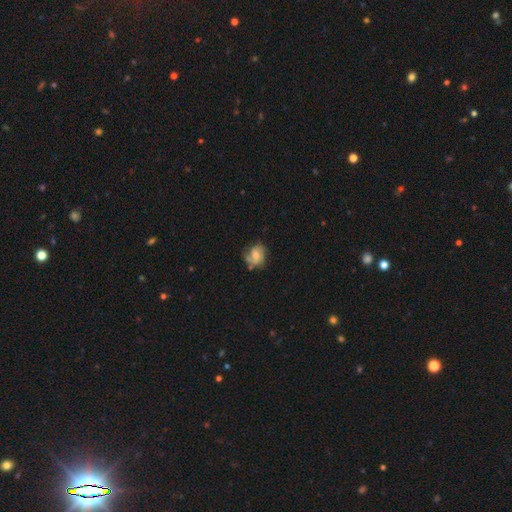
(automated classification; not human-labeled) The model was most divided on "bulge size": moderate: 36%, small: 34%, none: 17%, large: 11%, dominant: 2%. More confident: edge-on disk — no (97%); spiral arms — yes (84%); smooth or featured — featured or disk (55%); bar — no (54%); merging — none (51%).